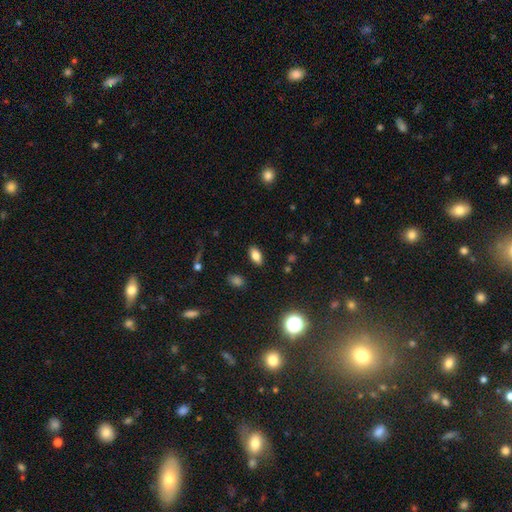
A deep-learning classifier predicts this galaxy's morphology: Smooth or featured? Predicted: smooth (p=0.79). How rounded? Predicted: in between (p=0.89). Merging? Predicted: none (p=0.87).